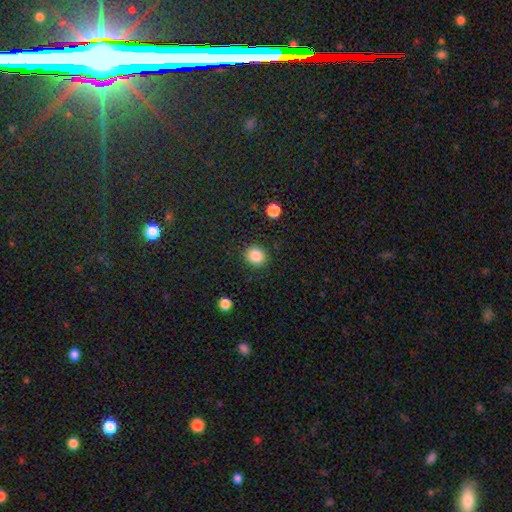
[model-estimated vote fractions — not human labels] smooth-or-featured: smooth: 86% | star or artifact: 10% | featured or disk: 4%
  how-rounded: round: 83% | in between: 16% | cigar-shaped: 1%
  merging: none: 89% | minor disturbance: 7% | major disturbance: 2% | merger: 1%